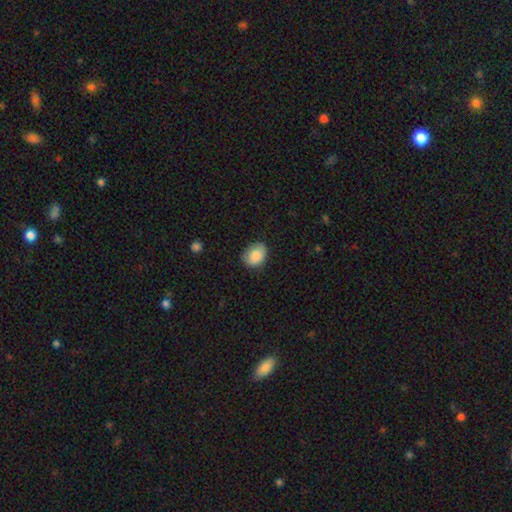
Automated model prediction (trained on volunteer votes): Q: Smooth or featured?
A: smooth (85%); runner-up: featured or disk (8%)
Q: How rounded?
A: in between (66%); runner-up: round (34%)
Q: Merging?
A: none (71%); runner-up: minor disturbance (24%)